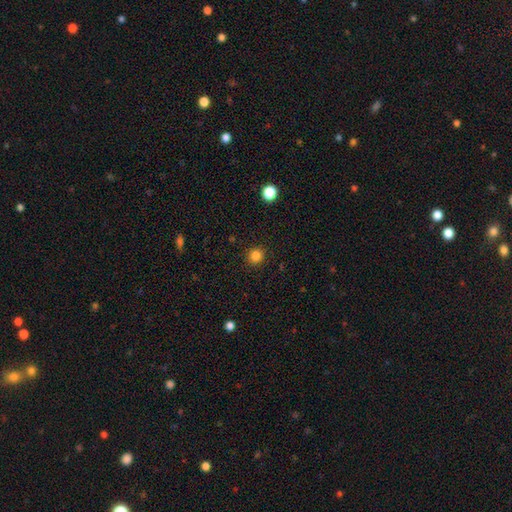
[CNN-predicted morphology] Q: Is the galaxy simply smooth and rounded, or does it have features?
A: smooth — 84%.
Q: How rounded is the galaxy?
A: round — 91%.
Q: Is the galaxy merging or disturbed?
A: none — 92%.